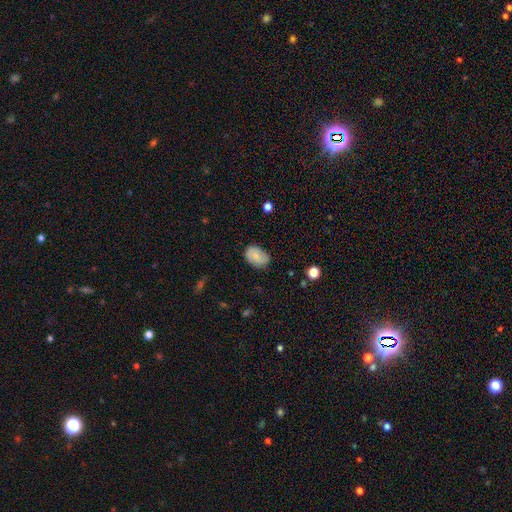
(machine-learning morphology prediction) Q: Smooth or featured?
A: smooth (69%); runner-up: featured or disk (23%)
Q: How rounded?
A: in between (83%); runner-up: round (16%)
Q: Merging?
A: none (77%); runner-up: minor disturbance (18%)